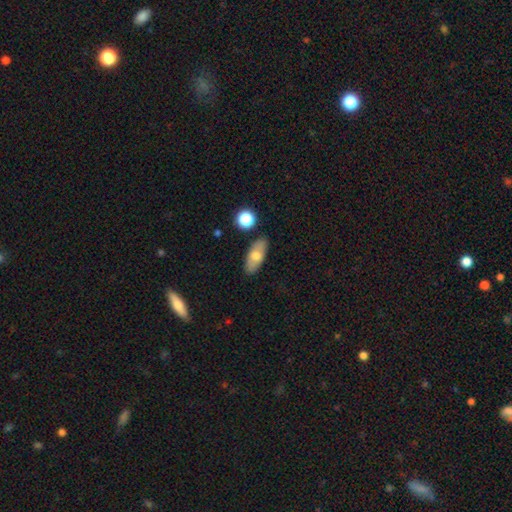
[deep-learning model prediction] Morphology: type=smooth (67%); roundness=in between (82%); merging=none (84%).